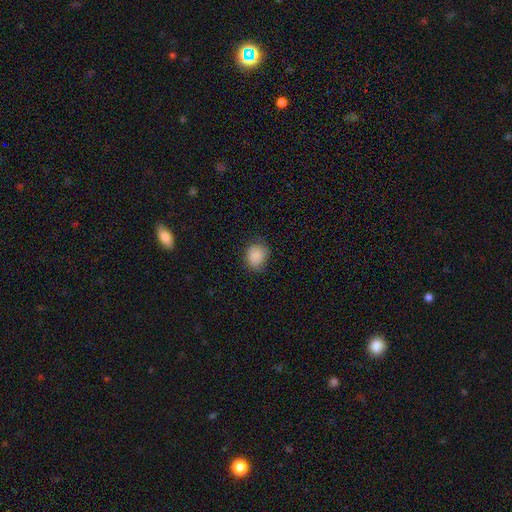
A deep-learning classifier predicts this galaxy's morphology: A smooth galaxy with no disk features (86%) that is round (64%).

Vote fractions:
- Smooth or featured? smooth: 86% / star or artifact: 9% / featured or disk: 5%
- How rounded? round: 64% / in between: 35% / cigar-shaped: 1%
- Merging? none: 71% / minor disturbance: 23% / major disturbance: 5% / merger: 1%